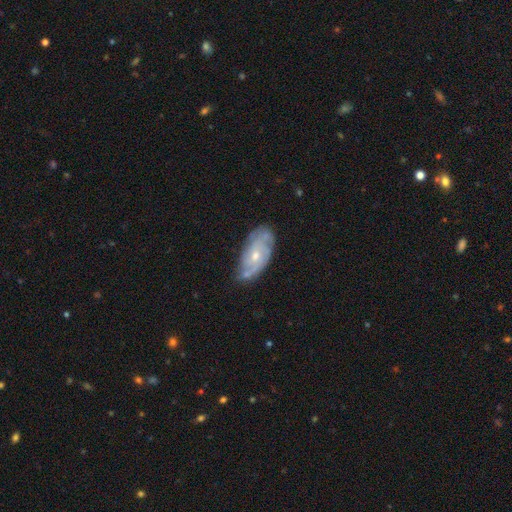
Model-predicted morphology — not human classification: Overall: featured or disk (74%). Edge-on disk: no (93%). Bar: no (72%). Spiral arms: yes (87%). Spiral arm count: can't tell (38%; 2 26%). Spiral winding: tight (53%; medium 35%). Bulge size: moderate (49%; small 48%). Merging: none (63%; minor disturbance 27%).